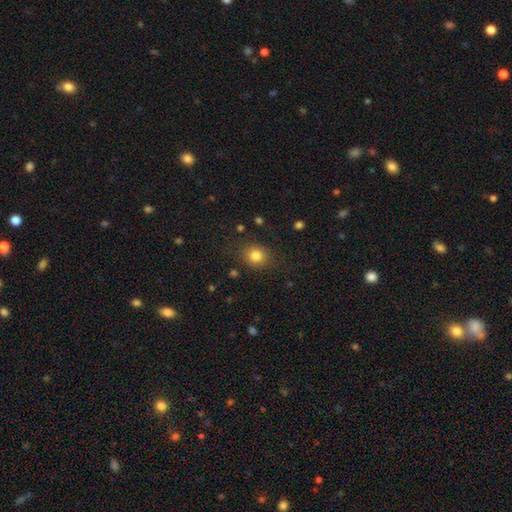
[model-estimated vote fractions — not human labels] Q: Smooth or featured?
A: smooth (81%); runner-up: star or artifact (12%)
Q: How rounded?
A: round (80%); runner-up: in between (19%)
Q: Merging?
A: none (84%); runner-up: minor disturbance (11%)